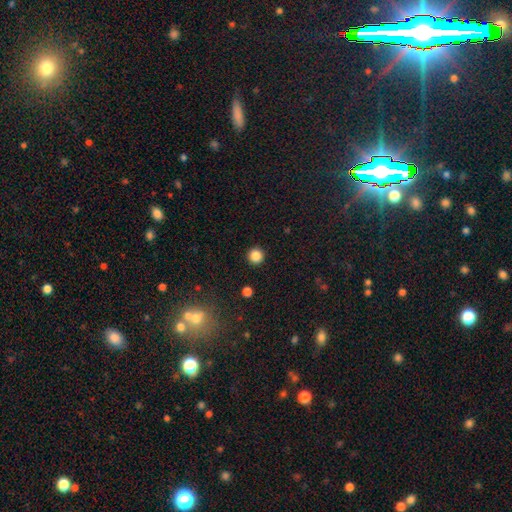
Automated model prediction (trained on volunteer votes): Smooth or featured? Predicted: smooth (p=0.86). How rounded? Predicted: round (p=0.96). Merging? Predicted: none (p=0.93).